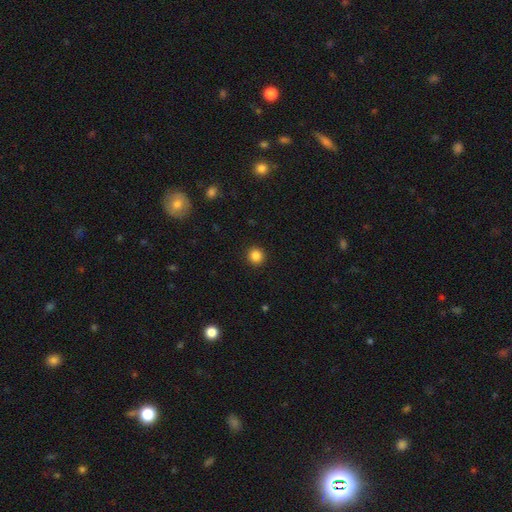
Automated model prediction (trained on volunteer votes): Morphology: type=smooth (85%); roundness=round (93%); merging=none (93%).